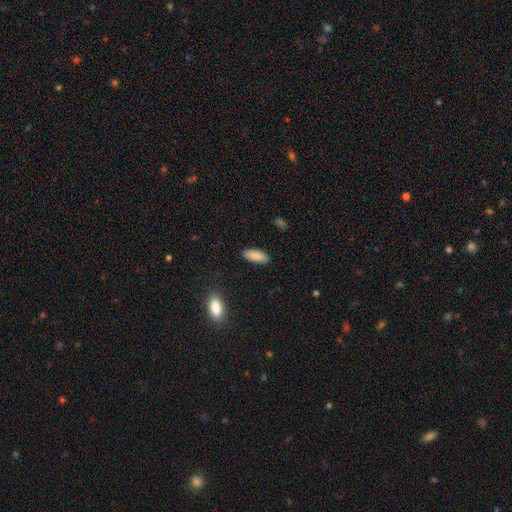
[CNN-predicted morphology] A smooth galaxy with no disk features (87%) that is in between round and cigar-shaped (77%).

Vote fractions:
- Smooth or featured? smooth: 87% / star or artifact: 7% / featured or disk: 6%
- How rounded? in between: 77% / cigar-shaped: 21% / round: 2%
- Merging? none: 88% / minor disturbance: 9% / major disturbance: 2% / merger: 1%